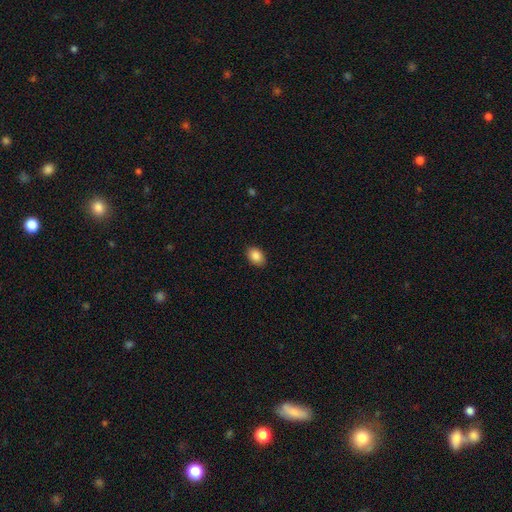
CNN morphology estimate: smooth-or-featured: smooth: 88% | star or artifact: 8% | featured or disk: 4%
  how-rounded: in between: 80% | round: 18% | cigar-shaped: 1%
  merging: none: 89% | minor disturbance: 8% | major disturbance: 2% | merger: 1%